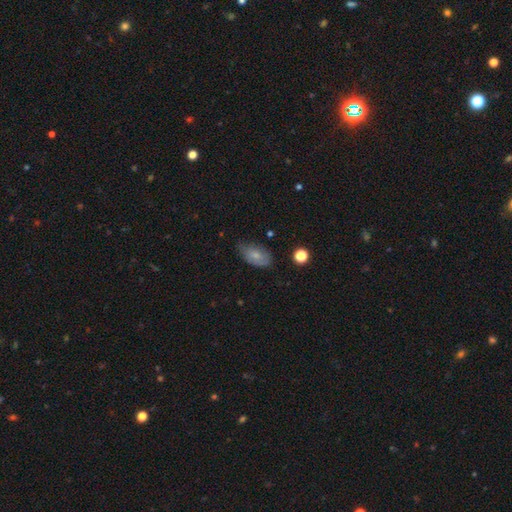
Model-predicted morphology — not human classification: Smooth or featured: smooth — 70% (featured or disk — 22%)
How rounded: in between — 89% (round — 9%)
Merging: none — 52% (minor disturbance — 38%)